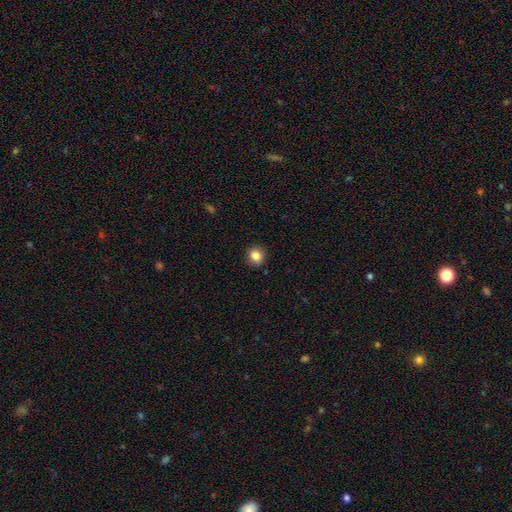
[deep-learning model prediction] Overall: smooth (85%). How rounded: round (87%). Merging: none (91%).